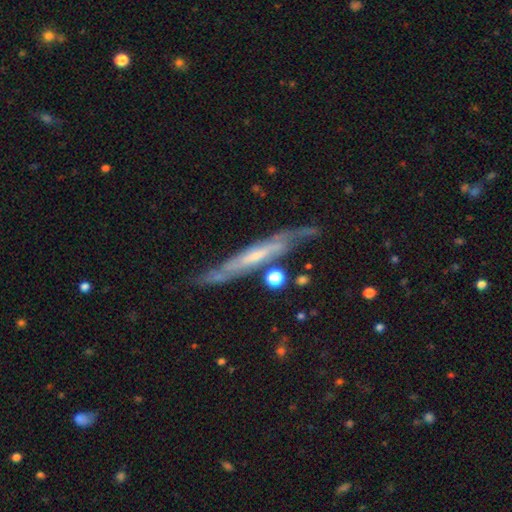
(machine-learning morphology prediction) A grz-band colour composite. It shows a featured or disk galaxy (77%) viewed edge-on (64%). Merging: none (68%).